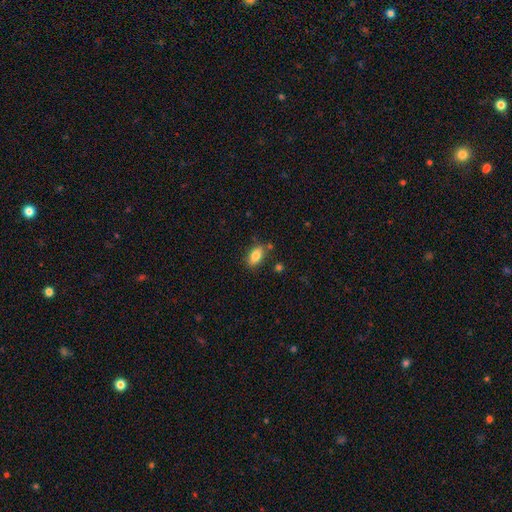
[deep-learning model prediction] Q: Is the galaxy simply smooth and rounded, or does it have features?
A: smooth — 83%.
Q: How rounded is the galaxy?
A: in between — 88%.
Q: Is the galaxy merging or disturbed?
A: none — 76%.